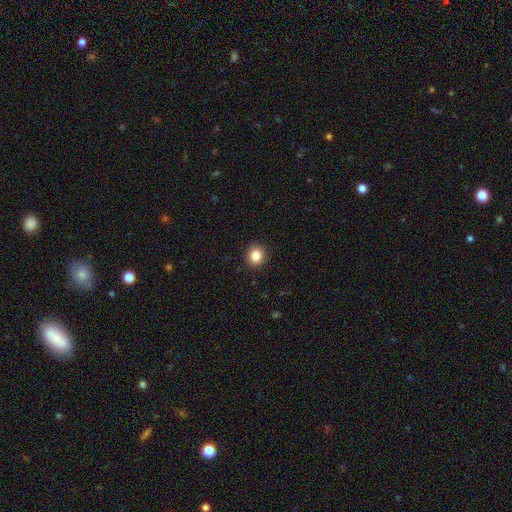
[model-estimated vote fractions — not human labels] Smooth or featured?
  - smooth: 85% *
  - star or artifact: 10%
  - featured or disk: 5%
How rounded?
  - round: 84% *
  - in between: 15%
  - cigar-shaped: 1%
Merging?
  - none: 91% *
  - minor disturbance: 6%
  - major disturbance: 2%
  - merger: 1%